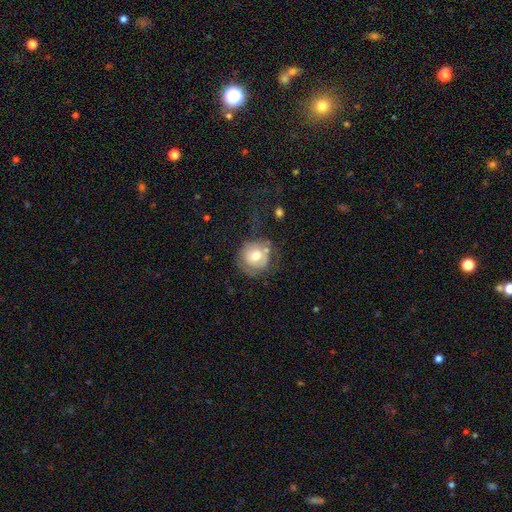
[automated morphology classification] This appears to be a smooth galaxy with no disk features (60%) that is round (87%). Merging: none (49%).